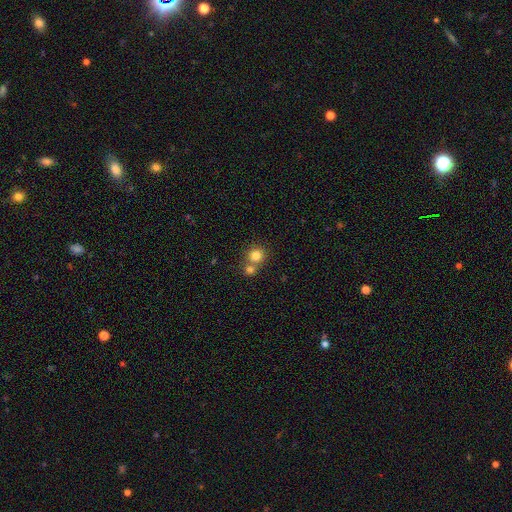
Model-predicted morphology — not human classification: Q: Smooth or featured?
A: smooth (81%); runner-up: star or artifact (11%)
Q: How rounded?
A: round (89%); runner-up: in between (10%)
Q: Merging?
A: none (53%); runner-up: merger (39%)